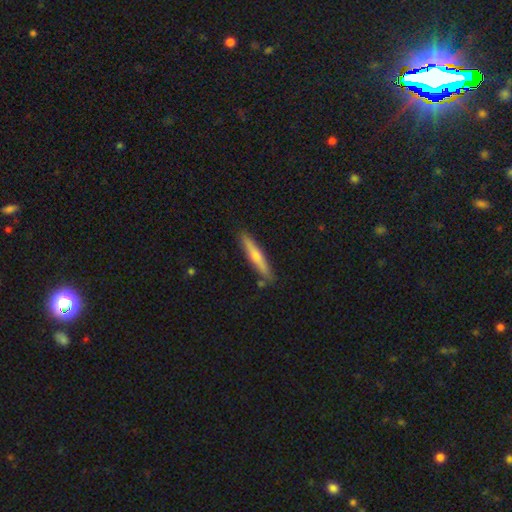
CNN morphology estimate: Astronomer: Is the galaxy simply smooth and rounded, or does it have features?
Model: smooth — 57% (runner-up: featured or disk, 38%).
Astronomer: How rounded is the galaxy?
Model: cigar-shaped — 93%.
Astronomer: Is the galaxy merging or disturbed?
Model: none — 85%.